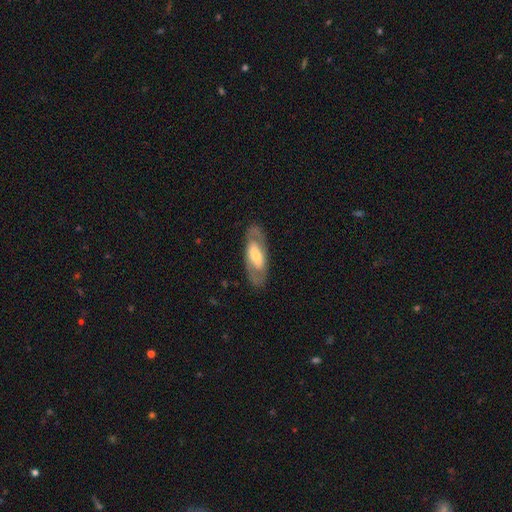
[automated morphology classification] Q: Smooth or featured?
A: featured or disk (62%); runner-up: smooth (33%)
Q: Edge-on disk?
A: no (84%); runner-up: yes (16%)
Q: Bar?
A: strong (37%); runner-up: weak (33%)
Q: Spiral arms?
A: yes (52%); runner-up: no (48%)
Q: Bulge size?
A: moderate (45%); runner-up: small (31%)
Q: Merging?
A: none (81%); runner-up: minor disturbance (12%)